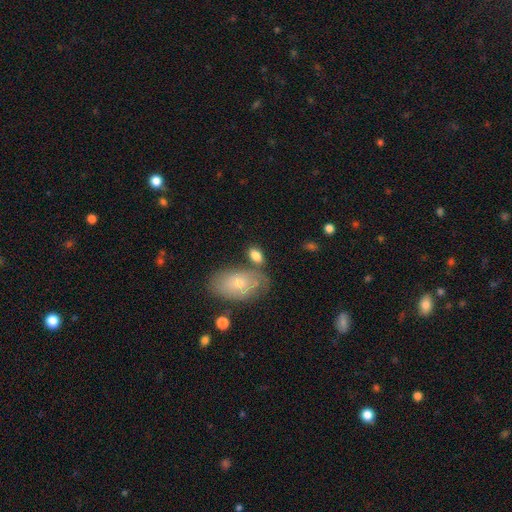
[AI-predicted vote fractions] smooth-or-featured: smooth: 76% | featured or disk: 17% | star or artifact: 7%
  how-rounded: in between: 88% | round: 9% | cigar-shaped: 3%
  merging: none: 57% | merger: 19% | minor disturbance: 18% | major disturbance: 7%